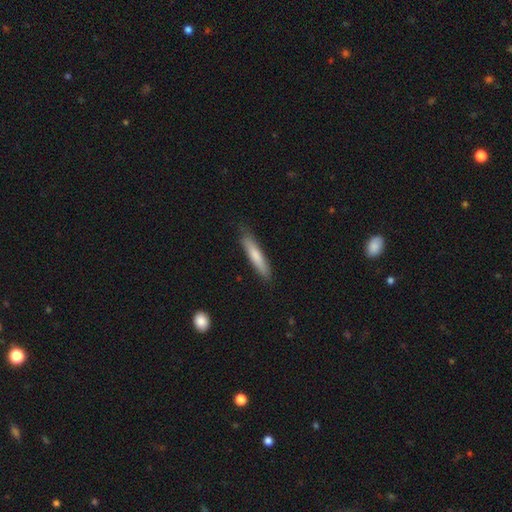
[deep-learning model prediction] This appears to be a smooth galaxy with no disk features (75%) that is cigar-shaped (89%). Merging: none (84%).